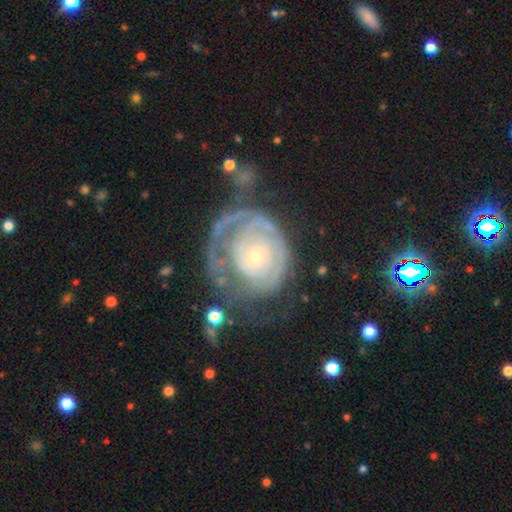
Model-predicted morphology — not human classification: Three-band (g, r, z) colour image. It shows a featured or disk galaxy (78%) with no bar (84%), tight (73%) spiral arms (79%) and a small central bulge (77%). Merging: none (41%).